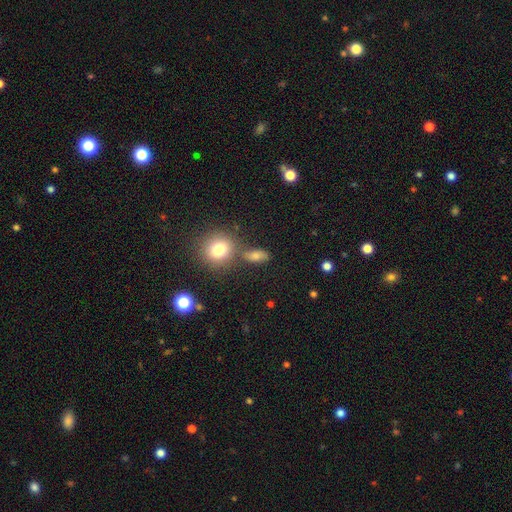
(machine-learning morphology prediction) This appears to be a smooth galaxy with no disk features (72%) that is in between round and cigar-shaped (68%). Merging: none (65%).